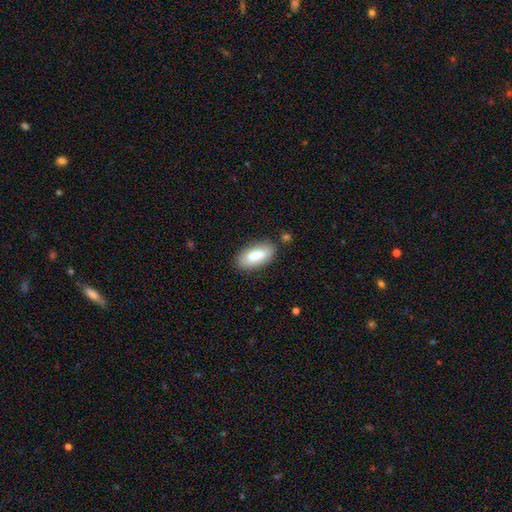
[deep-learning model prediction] Smooth or featured? smooth (78%)
How rounded? in between (82%)
Merging? none (78%)